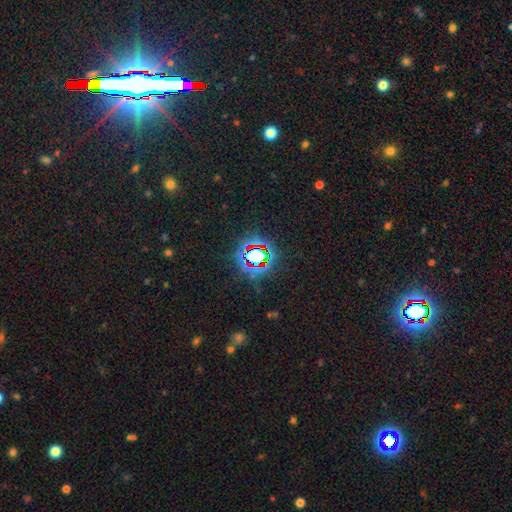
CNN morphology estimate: A star or artifact, not a galaxy (71%).